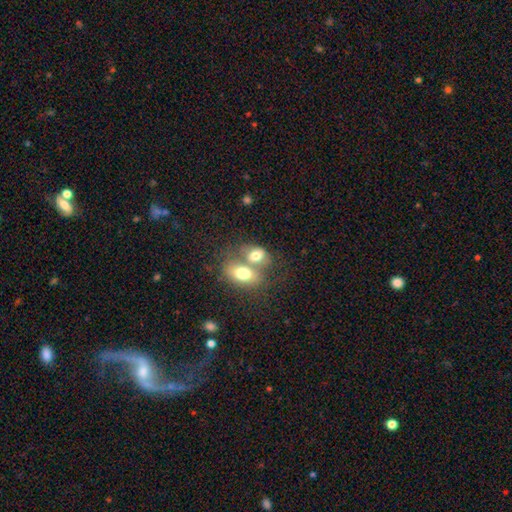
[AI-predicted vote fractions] Smooth or featured? Predicted: smooth (p=0.73). How rounded? Predicted: in between (p=0.77). Merging? Predicted: merger (p=0.64).